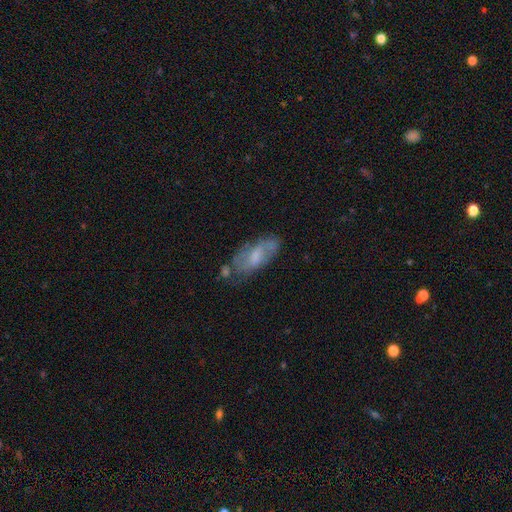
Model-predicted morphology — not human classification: Smooth or featured: featured or disk — 46% (tied with smooth — 46%)
Merging: none — 52% (minor disturbance — 27%)